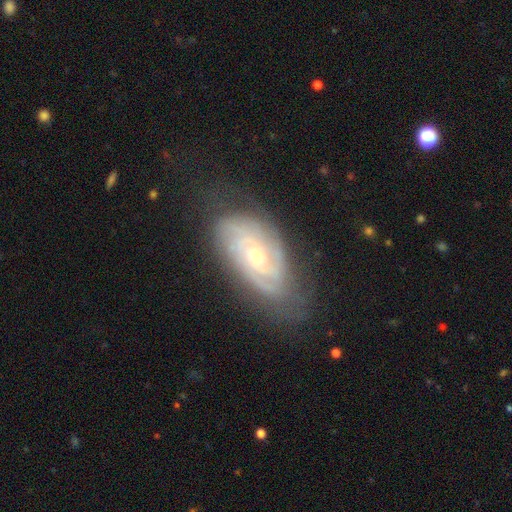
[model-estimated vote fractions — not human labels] Smooth or featured? Predicted: featured or disk (p=0.84). Edge-on disk? Predicted: no (p=0.95). Bar? Predicted: no (p=0.63). Spiral arms? Predicted: yes (p=0.96). Spiral winding? Predicted: tight (p=0.66). Spiral arm count? Predicted: can't tell (p=0.29). Bulge size? Predicted: small (p=0.50). Merging? Predicted: none (p=0.73).